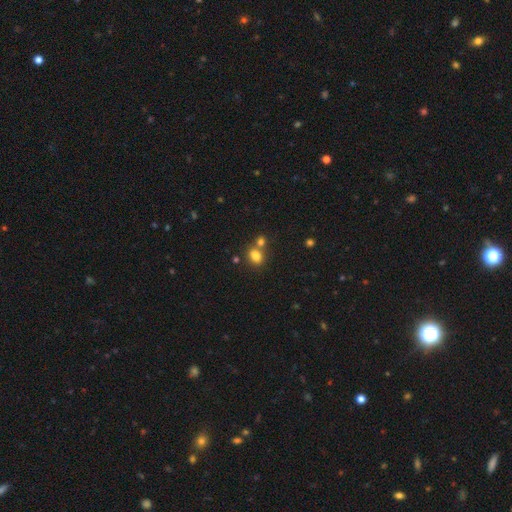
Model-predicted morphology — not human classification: smooth-or-featured: smooth: 81% | star or artifact: 12% | featured or disk: 8%
  how-rounded: in between: 63% | round: 36% | cigar-shaped: 1%
  merging: none: 52% | merger: 34% | minor disturbance: 10% | major disturbance: 3%